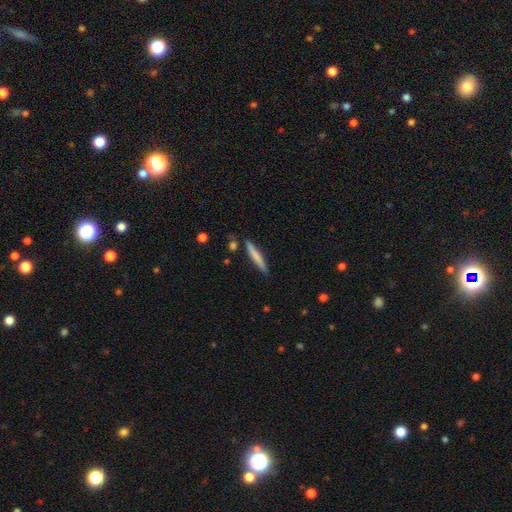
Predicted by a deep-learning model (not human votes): smooth 71%, featured or disk 24%, star or artifact 5%. Down the decision tree: how rounded — cigar-shaped (94%); merging — none (84%).